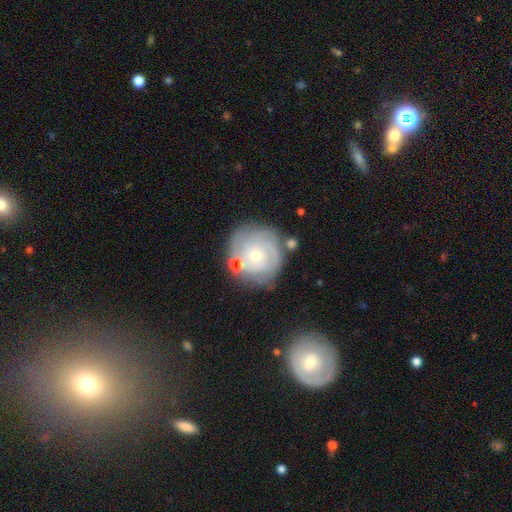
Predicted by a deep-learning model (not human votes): Smooth or featured? featured or disk (74%)
Edge-on disk? no (98%)
Bar? no (81%)
Spiral arms? yes (85%)
Spiral winding? tight (74%)
Spiral arm count? can't tell (41%)
Bulge size? small (58%)
Merging? none (67%)